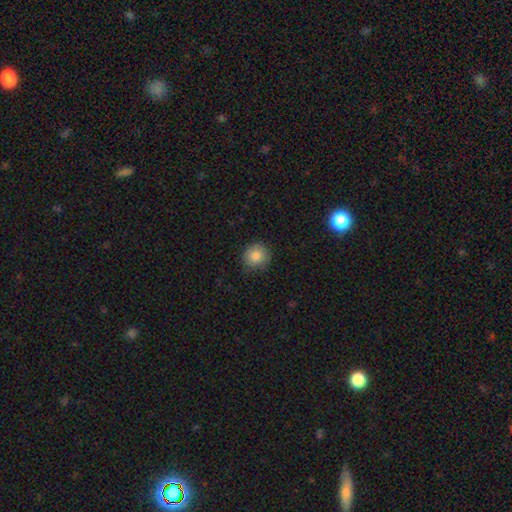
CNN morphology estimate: The model was most divided on "merging": none: 82%, minor disturbance: 14%, major disturbance: 3%, merger: 1%. More confident: how rounded — round (89%); smooth or featured — smooth (85%).